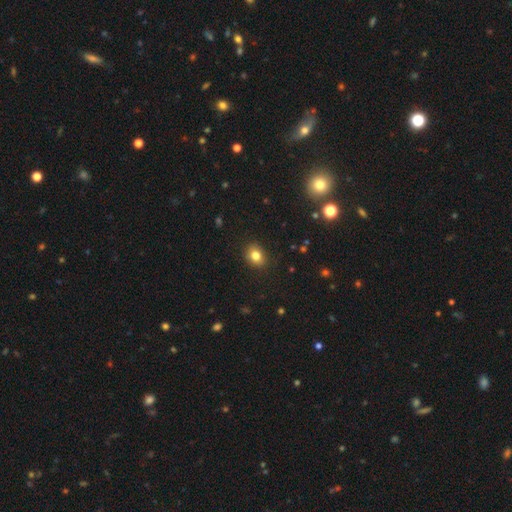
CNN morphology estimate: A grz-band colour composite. It shows a smooth galaxy with no disk features (82%) that is in between round and cigar-shaped (53%). Merging: none (87%).